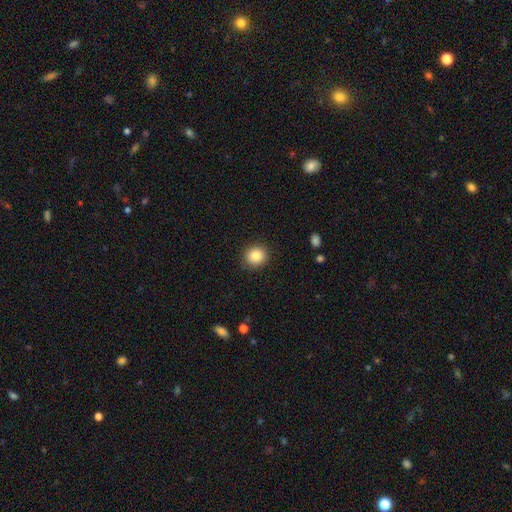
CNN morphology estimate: Q: Smooth or featured?
A: smooth (85%); runner-up: star or artifact (9%)
Q: How rounded?
A: round (84%); runner-up: in between (15%)
Q: Merging?
A: none (89%); runner-up: minor disturbance (8%)